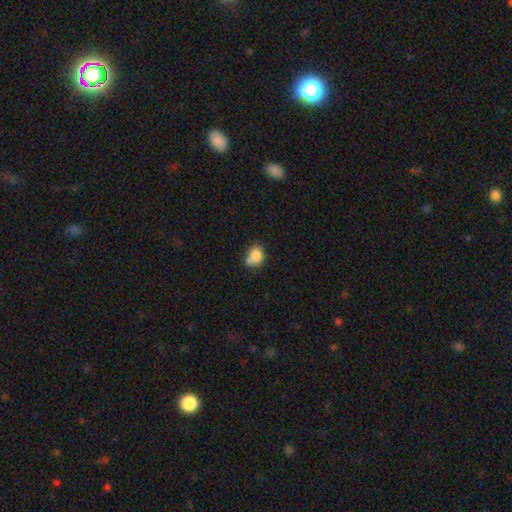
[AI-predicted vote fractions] Q: Smooth or featured?
A: smooth (80%); runner-up: featured or disk (10%)
Q: How rounded?
A: round (51%); runner-up: in between (48%)
Q: Merging?
A: none (44%); runner-up: merger (31%)